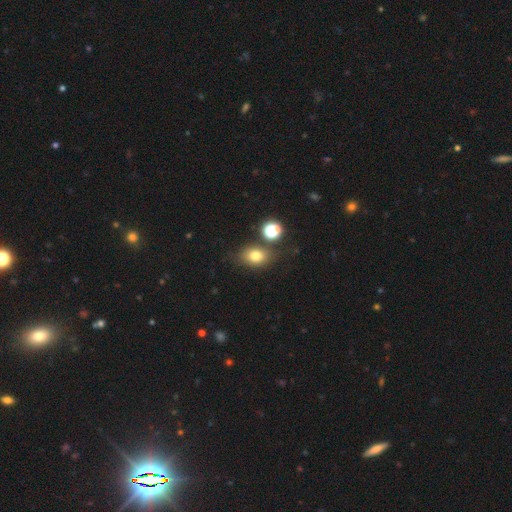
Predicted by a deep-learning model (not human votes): A smooth galaxy with no disk features (76%) that is in between round and cigar-shaped (61%).

Vote fractions:
- Smooth or featured? smooth: 76% / star or artifact: 14% / featured or disk: 10%
- How rounded? in between: 61% / round: 37% / cigar-shaped: 1%
- Merging? none: 72% / minor disturbance: 14% / merger: 10% / major disturbance: 4%